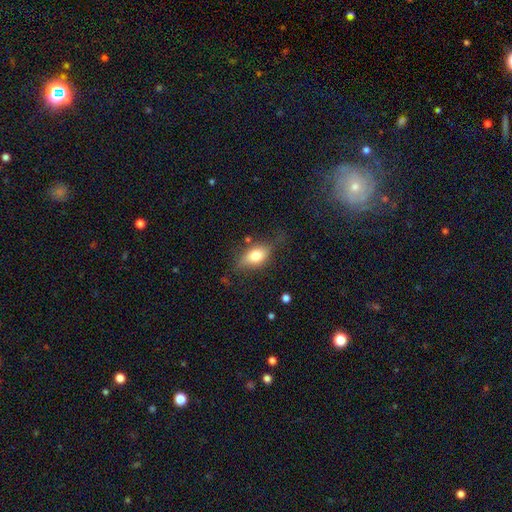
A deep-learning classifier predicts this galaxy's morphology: A smooth galaxy with no disk features (66%) that is in between round and cigar-shaped (82%).

Vote fractions:
- Smooth or featured? smooth: 66% / featured or disk: 26% / star or artifact: 8%
- How rounded? in between: 82% / round: 10% / cigar-shaped: 8%
- Merging? none: 61% / minor disturbance: 26% / major disturbance: 11% / merger: 2%